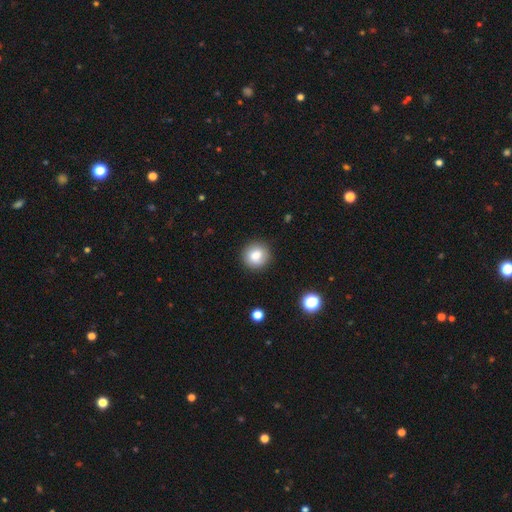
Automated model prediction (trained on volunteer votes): Smooth or featured?
  - smooth: 82% *
  - star or artifact: 9%
  - featured or disk: 8%
How rounded?
  - round: 92% *
  - in between: 7%
  - cigar-shaped: 1%
Merging?
  - none: 89% *
  - minor disturbance: 7%
  - major disturbance: 2%
  - merger: 1%